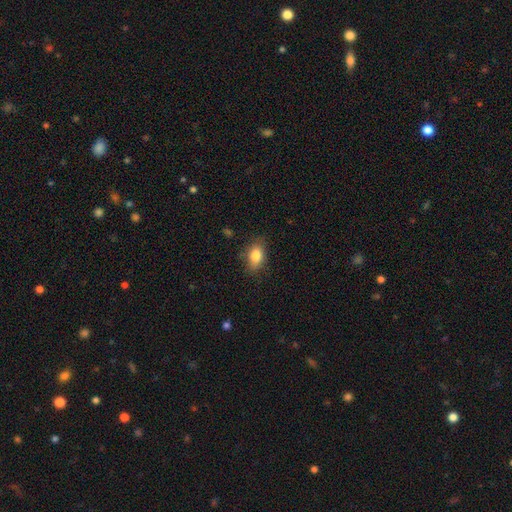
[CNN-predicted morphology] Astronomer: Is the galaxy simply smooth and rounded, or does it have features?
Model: smooth — 83%.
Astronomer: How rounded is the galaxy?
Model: in between — 85%.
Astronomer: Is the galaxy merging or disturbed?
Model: none — 79%.